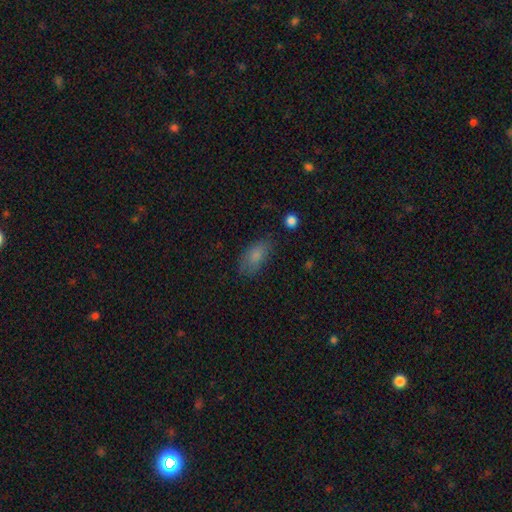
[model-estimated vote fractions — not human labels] smooth_or_featured: smooth (p=0.81) [alt: featured or disk p=0.10]
how_rounded: in between (p=0.89) [alt: cigar-shaped p=0.07]
merging: none (p=0.73) [alt: minor disturbance p=0.20]